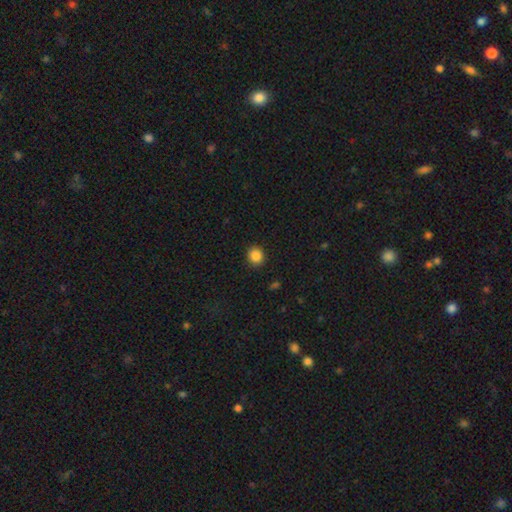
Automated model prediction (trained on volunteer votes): A smooth galaxy with no disk features (86%) that is round (83%).

Vote fractions:
- Smooth or featured? smooth: 86% / star or artifact: 10% / featured or disk: 3%
- How rounded? round: 83% / in between: 16% / cigar-shaped: 1%
- Merging? none: 90% / minor disturbance: 6% / major disturbance: 2% / merger: 1%